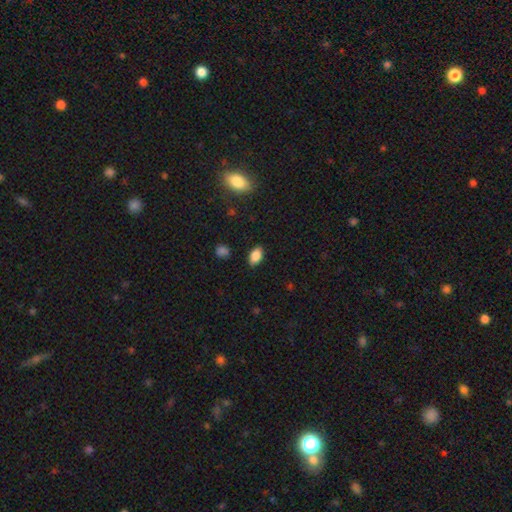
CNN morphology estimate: This is clearly a smooth galaxy (86%). How rounded: clearly in between (90%). Merging: clearly none (86%).